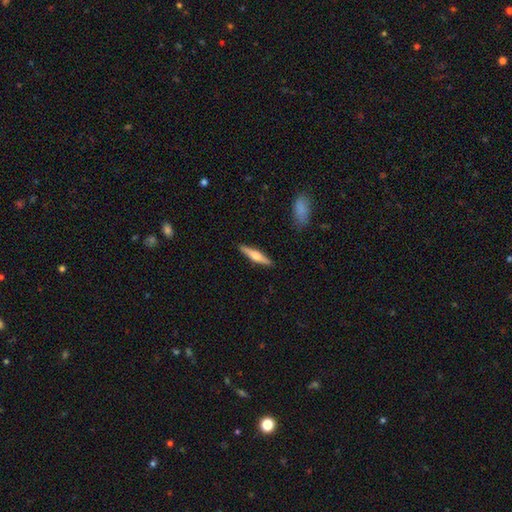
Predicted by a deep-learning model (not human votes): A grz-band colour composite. It shows a featured or disk galaxy (48%). Merging: none (90%).